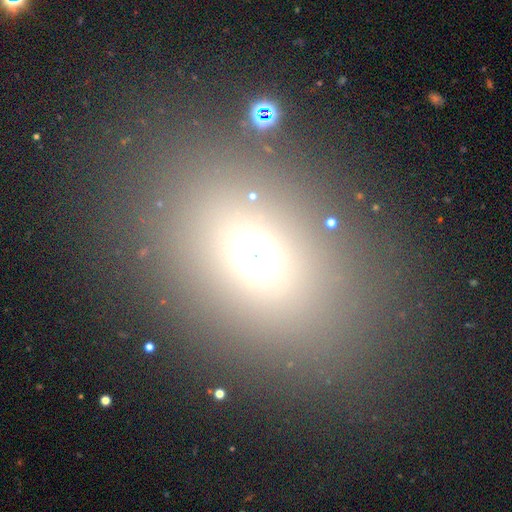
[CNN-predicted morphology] Smooth or featured? Predicted: smooth (p=0.65). How rounded? Predicted: in between (p=0.61). Merging? Predicted: none (p=0.82).